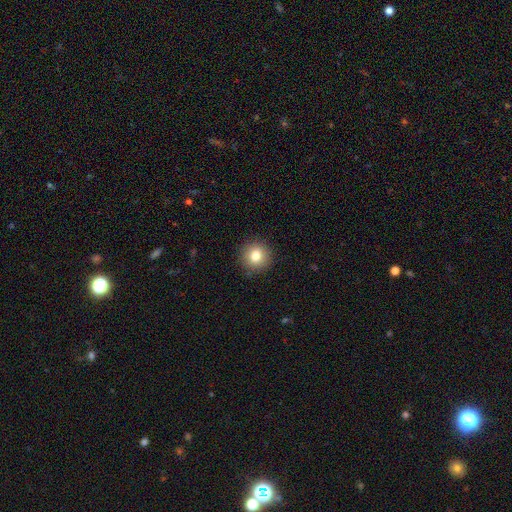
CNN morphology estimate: This is clearly a smooth galaxy (81%). How rounded: clearly round (94%). Merging: clearly none (91%).